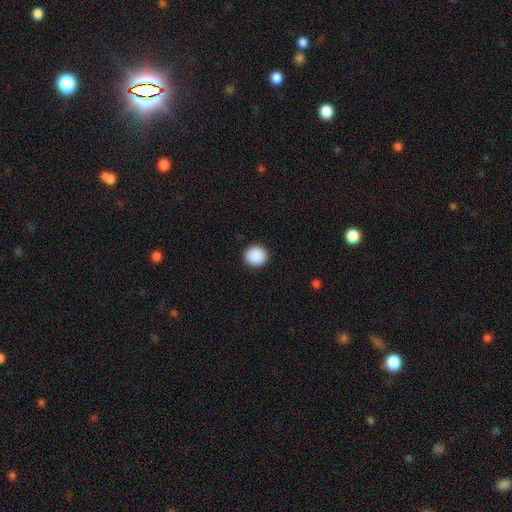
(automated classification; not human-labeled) Overall: smooth (90%). How rounded: round (90%). Merging: none (92%).